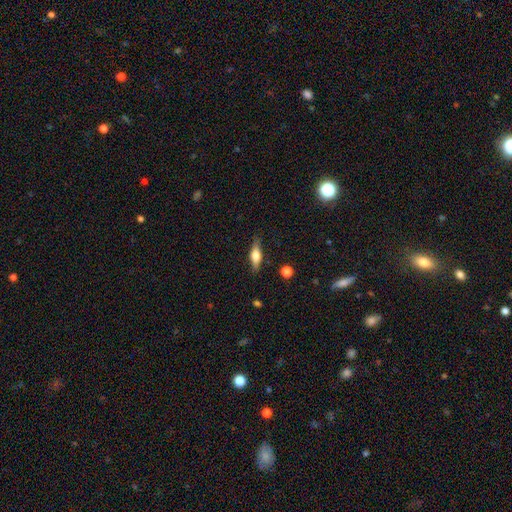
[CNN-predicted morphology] Q: Smooth or featured?
A: smooth (50%); runner-up: featured or disk (43%)
Q: Merging?
A: none (84%); runner-up: minor disturbance (12%)